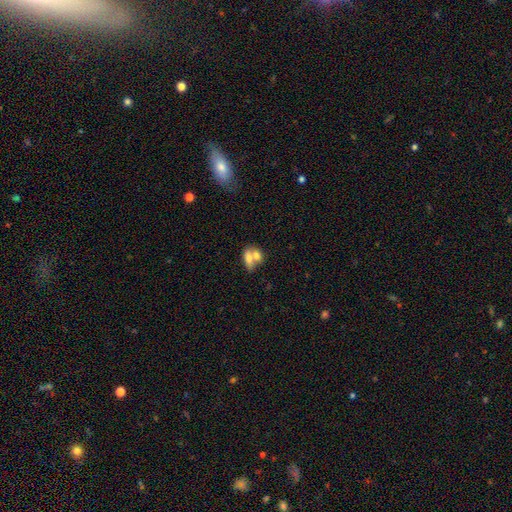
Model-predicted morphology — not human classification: Q: Smooth or featured?
A: smooth (70%); runner-up: featured or disk (22%)
Q: How rounded?
A: in between (71%); runner-up: round (23%)
Q: Merging?
A: merger (63%); runner-up: none (25%)